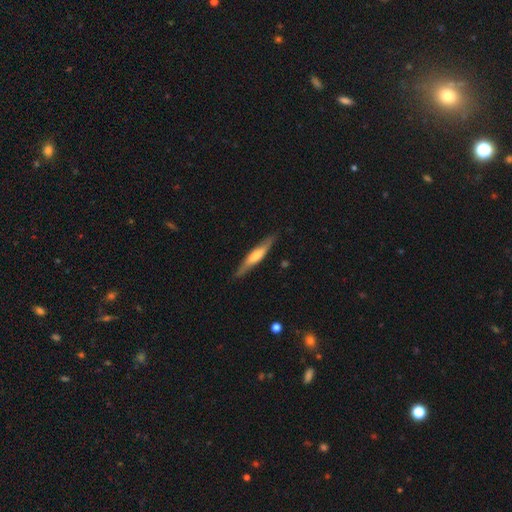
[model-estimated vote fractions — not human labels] A featured or disk galaxy (50%) viewed edge-on (90%).

Vote fractions:
- Smooth or featured? featured or disk: 50% / smooth: 45% / star or artifact: 5%
- Edge-on disk? yes: 90% / no: 10%
- Merging? none: 85% / minor disturbance: 11% / major disturbance: 2% / merger: 1%